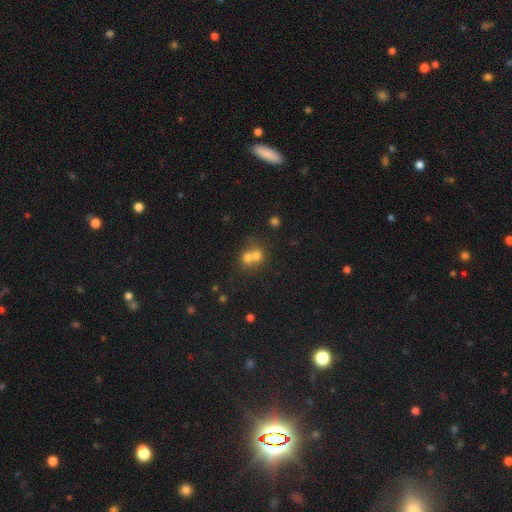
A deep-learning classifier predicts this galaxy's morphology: Smooth or featured? Predicted: smooth (p=0.68). How rounded? Predicted: round (p=0.80). Merging? Predicted: merger (p=0.64).